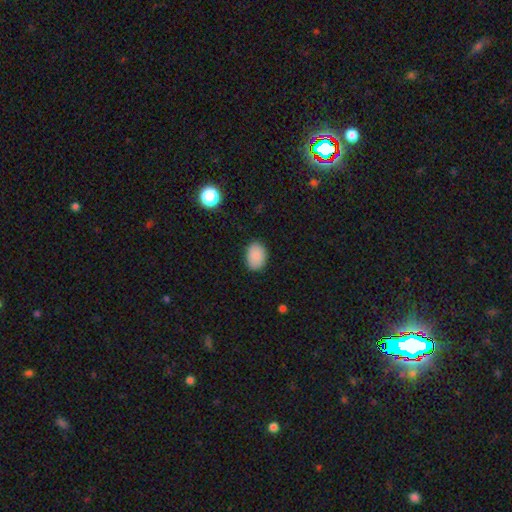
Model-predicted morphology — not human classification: The model was most divided on "how rounded": in between: 78%, round: 21%, cigar-shaped: 1%. More confident: smooth or featured — smooth (88%); merging — none (86%).